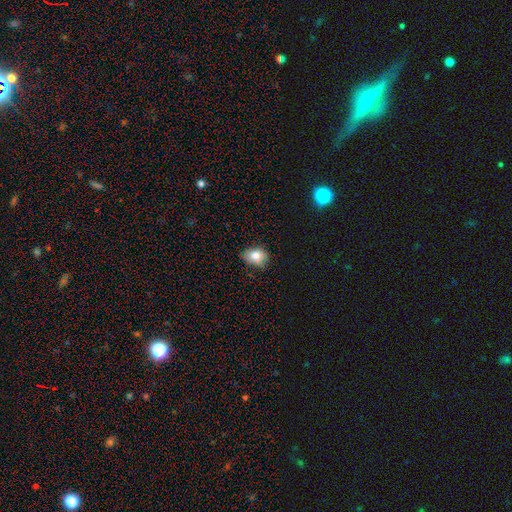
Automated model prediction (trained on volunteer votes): smooth 80%, star or artifact 10%, featured or disk 10%. Down the decision tree: how rounded — in between (61%); merging — none (66%).